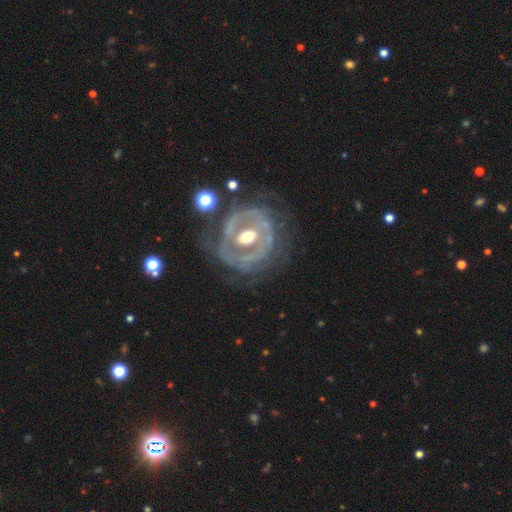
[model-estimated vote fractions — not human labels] Smooth or featured? featured or disk (81%)
Edge-on disk? no (95%)
Bar? strong (39%)
Spiral arms? yes (57%)
Bulge size? moderate (70%)
Merging? none (67%)